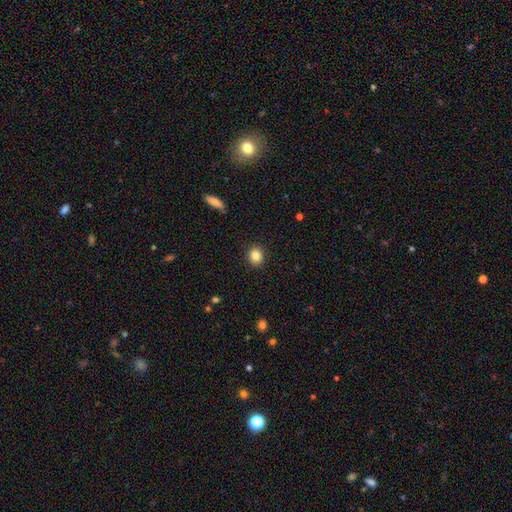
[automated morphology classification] Overall: smooth (85%). How rounded: round (74%). Merging: none (91%).